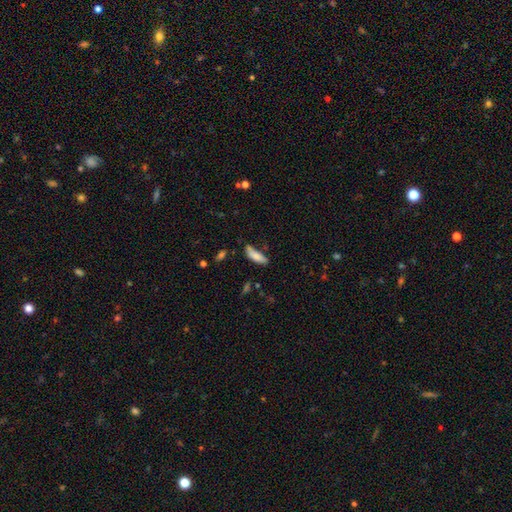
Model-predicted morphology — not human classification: type=smooth (81%); roundness=in between (56%); merging=none (58%).